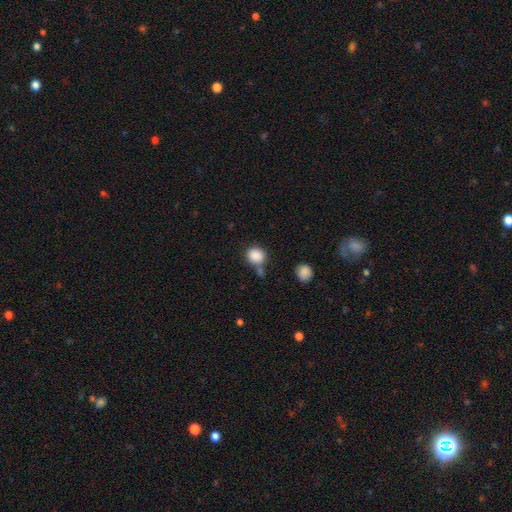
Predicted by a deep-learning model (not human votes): Smooth or featured? smooth (87%)
How rounded? round (77%)
Merging? none (64%)